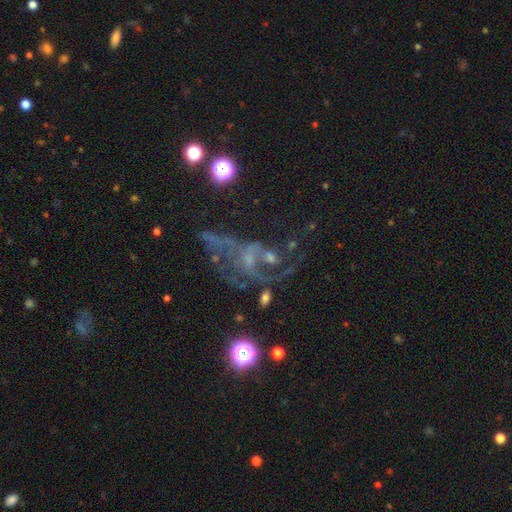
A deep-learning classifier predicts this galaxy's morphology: Smooth or featured: featured or disk — 59% (star or artifact — 29%)
Edge-on disk: no — 95% (yes — 5%)
Bar: no — 74% (weak — 19%)
Spiral arms: yes — 52% (no — 48%)
Bulge size: none — 44% (small — 39%)
Merging: major disturbance — 40% (none — 32%)